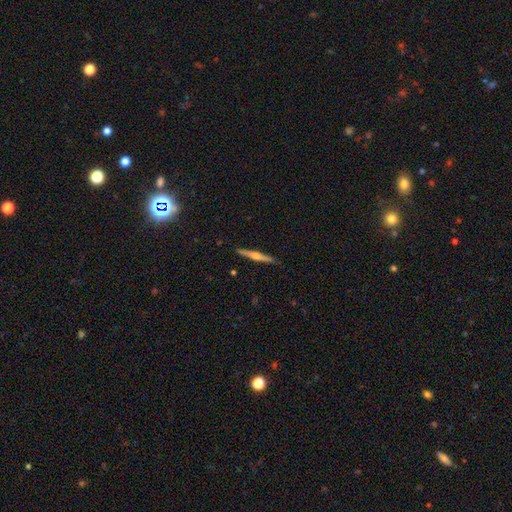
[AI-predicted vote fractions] featured or disk 69%, smooth 25%, star or artifact 6%. Down the decision tree: edge-on disk — yes (98%); edge-on bulge — rounded (82%); merging — none (91%).